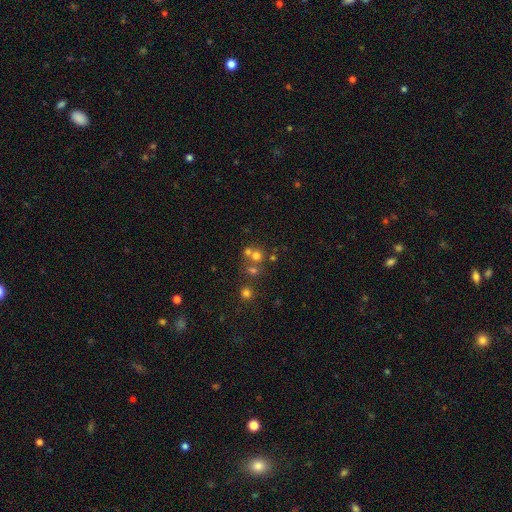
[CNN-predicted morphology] A smooth galaxy with no disk features (61%) that is round (86%).

Vote fractions:
- Smooth or featured? smooth: 61% / star or artifact: 23% / featured or disk: 16%
- How rounded? round: 86% / in between: 13% / cigar-shaped: 1%
- Merging? none: 49% / merger: 41% / minor disturbance: 7% / major disturbance: 4%